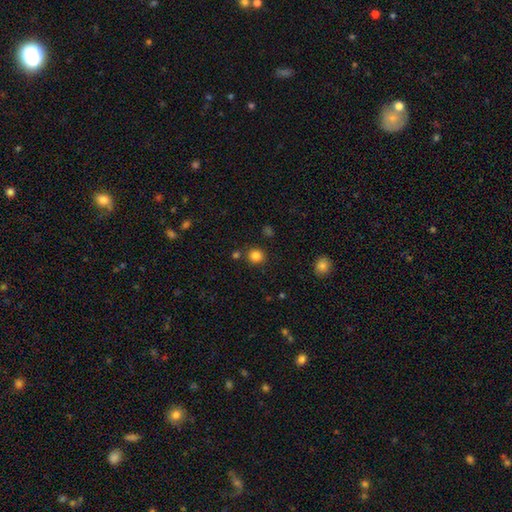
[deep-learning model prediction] Overall: smooth (84%). How rounded: round (89%). Merging: none (84%).